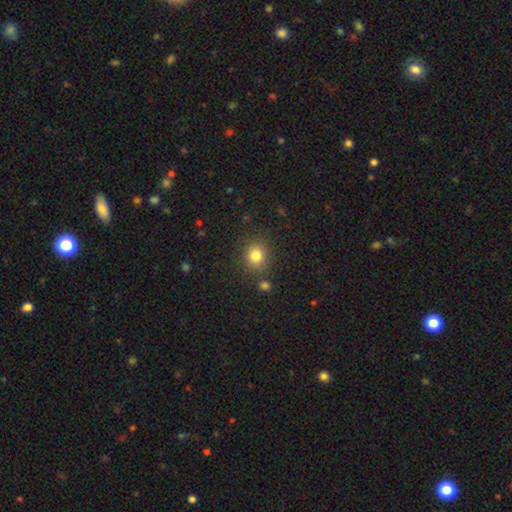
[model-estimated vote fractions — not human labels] smooth 81%, star or artifact 13%, featured or disk 6%. Down the decision tree: how rounded — round (78%); merging — none (82%).